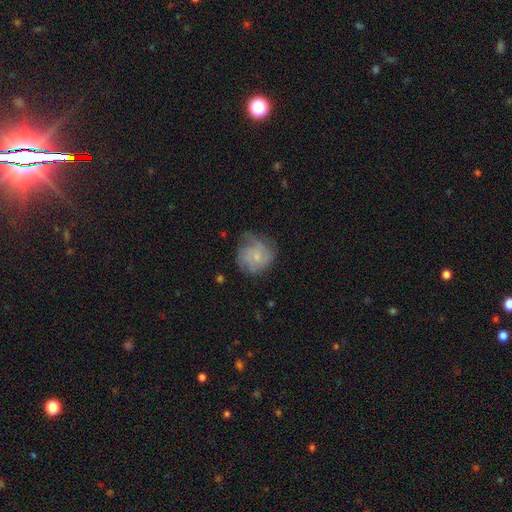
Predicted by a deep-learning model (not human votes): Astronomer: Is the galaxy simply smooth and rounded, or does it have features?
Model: featured or disk — 55% (runner-up: smooth, 37%).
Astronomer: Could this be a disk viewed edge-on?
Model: no — 98%.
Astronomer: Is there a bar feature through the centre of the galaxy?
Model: no — 71%.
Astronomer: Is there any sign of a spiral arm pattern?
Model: yes — 81%.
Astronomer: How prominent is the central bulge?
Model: small — 63%.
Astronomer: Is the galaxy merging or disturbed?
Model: none — 58%.